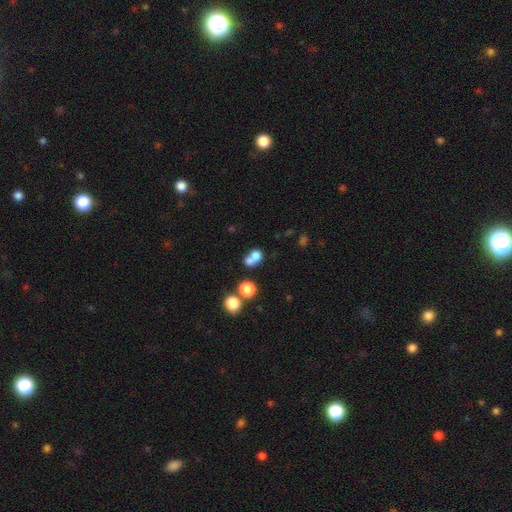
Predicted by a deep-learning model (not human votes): A smooth galaxy with no disk features (73%) that is round (66%). Merging: merger (58%).